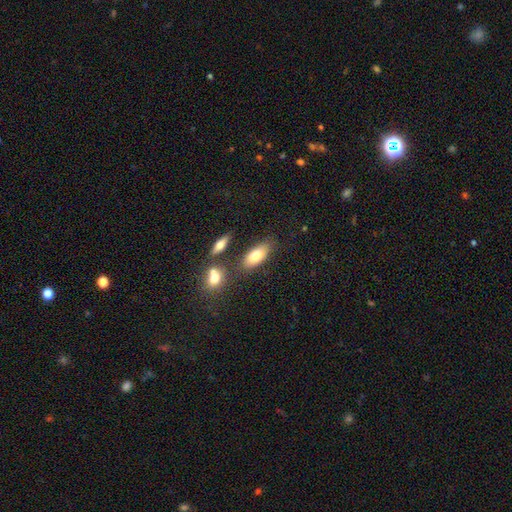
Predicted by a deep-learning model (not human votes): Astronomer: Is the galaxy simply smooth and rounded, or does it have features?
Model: smooth — 78%.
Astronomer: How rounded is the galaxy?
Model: in between — 84%.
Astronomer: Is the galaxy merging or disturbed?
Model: none — 72%.